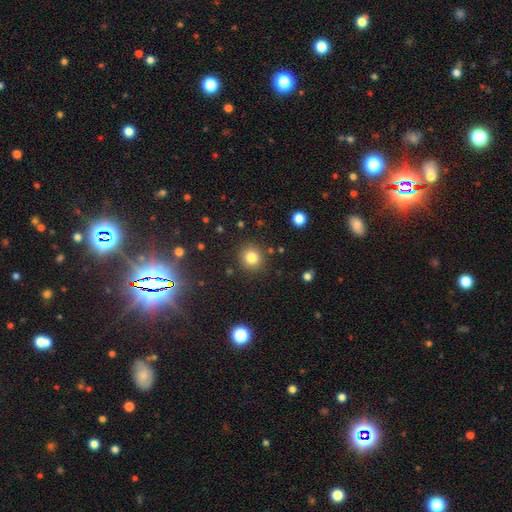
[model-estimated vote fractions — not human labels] A smooth galaxy with no disk features (77%) that is round (92%).

Vote fractions:
- Smooth or featured? smooth: 77% / star or artifact: 16% / featured or disk: 6%
- How rounded? round: 92% / in between: 7% / cigar-shaped: 1%
- Merging? none: 90% / minor disturbance: 5% / major disturbance: 2% / merger: 2%